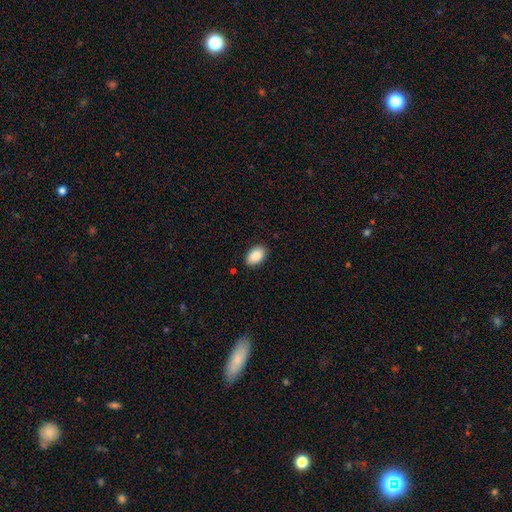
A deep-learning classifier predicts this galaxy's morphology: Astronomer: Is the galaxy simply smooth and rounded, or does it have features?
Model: smooth — 90%.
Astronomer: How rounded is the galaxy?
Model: in between — 92%.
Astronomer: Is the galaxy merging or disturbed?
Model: none — 87%.